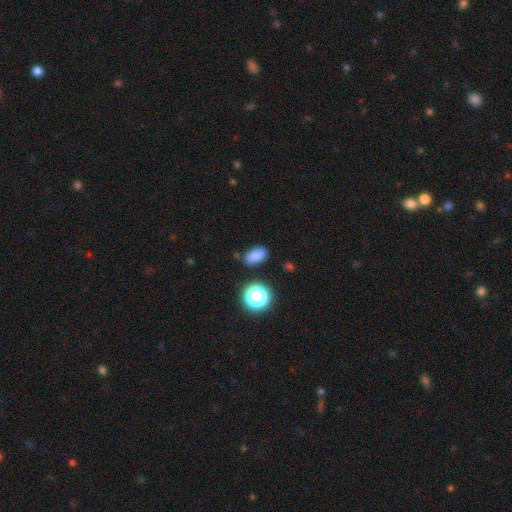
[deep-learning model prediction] smooth 80%, star or artifact 15%, featured or disk 6%. Down the decision tree: how rounded — in between (82%); merging — none (77%).